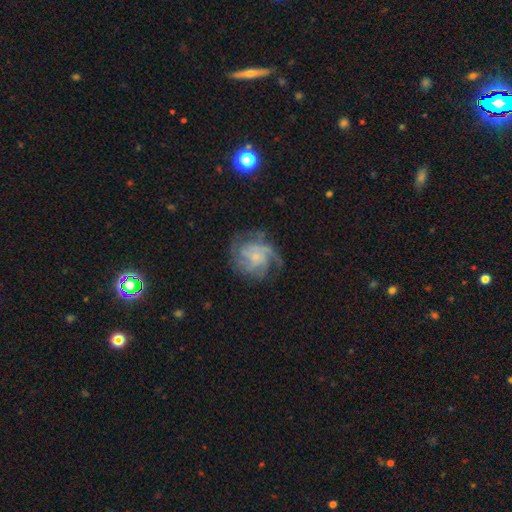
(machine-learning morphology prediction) The model was most divided on "spiral winding": medium: 43%, tight: 40%, loose: 17%. Remaining: edge-on disk — no (98%); spiral arms — yes (95%); smooth or featured — featured or disk (81%); bulge size — small (71%); bar — no (70%); merging — none (64%); spiral arm count — 3 (31%).